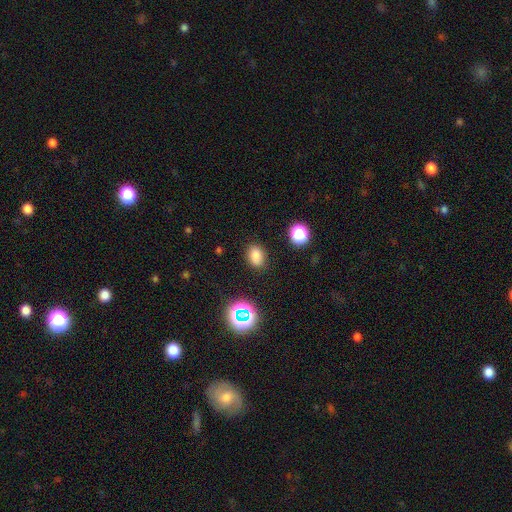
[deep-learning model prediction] This is likely a smooth galaxy (79%). How rounded: likely in between (69%). Merging: clearly none (84%).